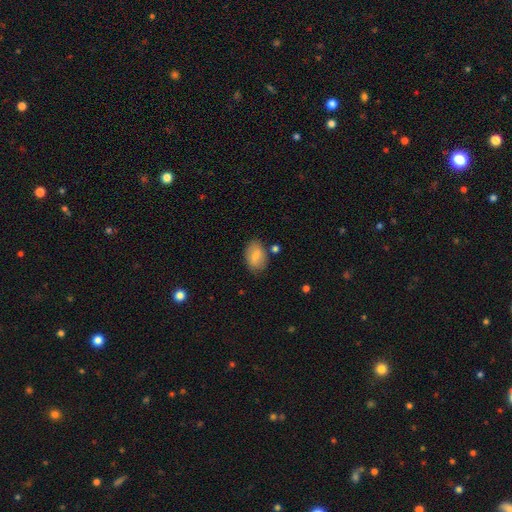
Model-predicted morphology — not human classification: A smooth galaxy with no disk features (76%) that is in between round and cigar-shaped (88%).

Vote fractions:
- Smooth or featured? smooth: 76% / featured or disk: 17% / star or artifact: 7%
- How rounded? in between: 88% / round: 10% / cigar-shaped: 2%
- Merging? none: 76% / minor disturbance: 16% / merger: 5% / major disturbance: 4%